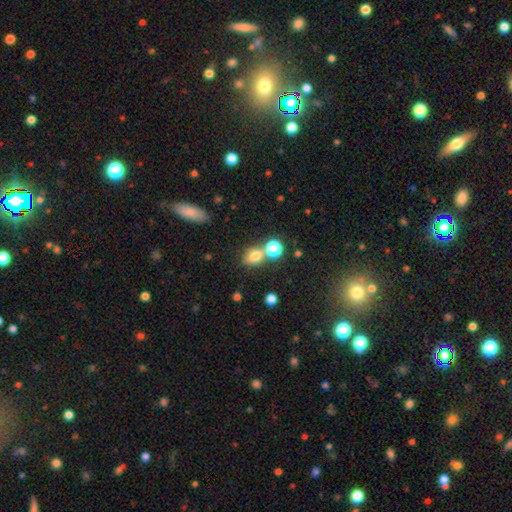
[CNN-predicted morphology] The model was most divided on "how rounded" (2-way tie): round: 49%, in between: 49%, cigar-shaped: 2%. More confident: smooth or featured — smooth (71%); merging — none (54%).